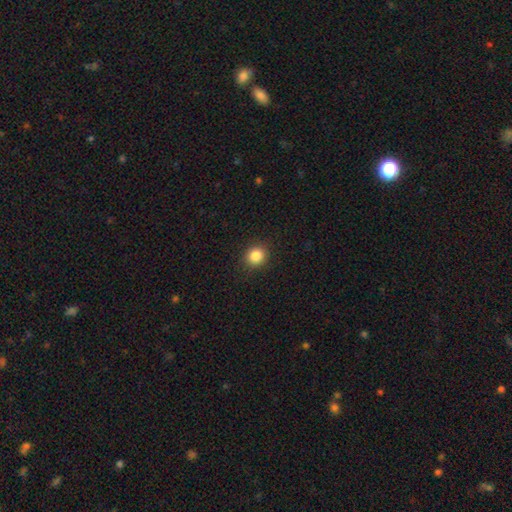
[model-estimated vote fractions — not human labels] This is clearly a smooth galaxy (85%). How rounded: clearly round (84%). Merging: clearly none (91%).